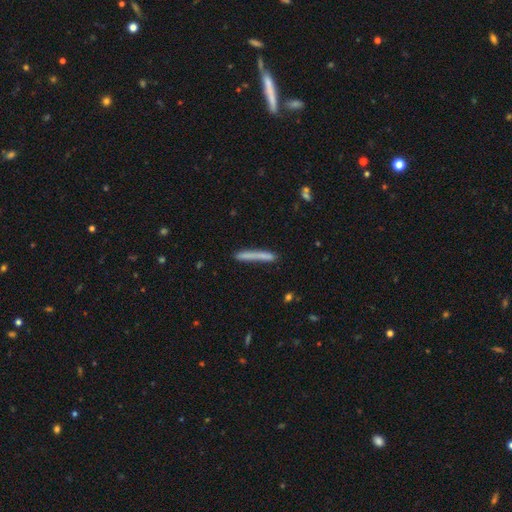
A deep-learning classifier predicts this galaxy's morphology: smooth 70%, featured or disk 23%, star or artifact 7%. Down the decision tree: how rounded — cigar-shaped (96%); merging — none (83%).